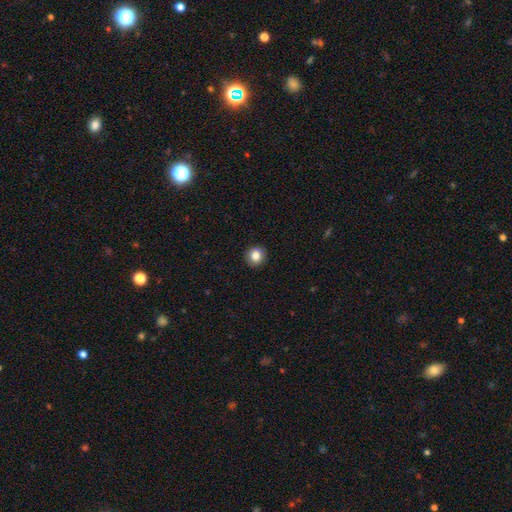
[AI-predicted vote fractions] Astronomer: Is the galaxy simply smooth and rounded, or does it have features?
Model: smooth — 84%.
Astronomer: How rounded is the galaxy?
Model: round — 93%.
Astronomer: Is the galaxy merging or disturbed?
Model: none — 92%.